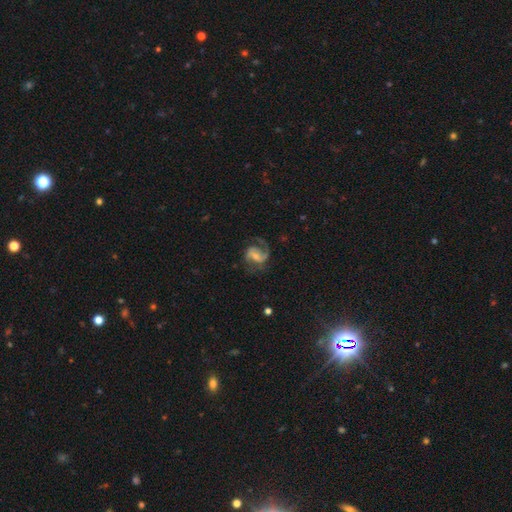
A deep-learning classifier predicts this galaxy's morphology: Q: Smooth or featured?
A: featured or disk (81%); runner-up: smooth (13%)
Q: Edge-on disk?
A: no (98%); runner-up: yes (2%)
Q: Bar?
A: weak (46%); runner-up: no (27%)
Q: Spiral arms?
A: yes (94%); runner-up: no (6%)
Q: Spiral winding?
A: medium (51%); runner-up: loose (29%)
Q: Spiral arm count?
A: 2 (66%); runner-up: 1 (26%)
Q: Bulge size?
A: small (46%); runner-up: moderate (42%)
Q: Merging?
A: none (60%); runner-up: major disturbance (20%)